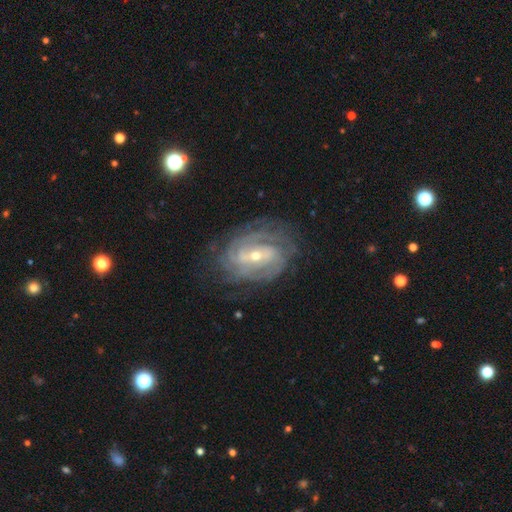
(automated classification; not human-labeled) The model was most divided on "spiral arm count": can't tell: 31%, 2: 25%, 3: 18%, 4: 14%, more than 4: 7%, 1: 6%. Remaining: edge-on disk — no (96%); spiral arms — yes (96%); smooth or featured — featured or disk (88%); merging — none (75%); spiral winding — tight (70%); bulge size — small (58%); bar — weak (42%).